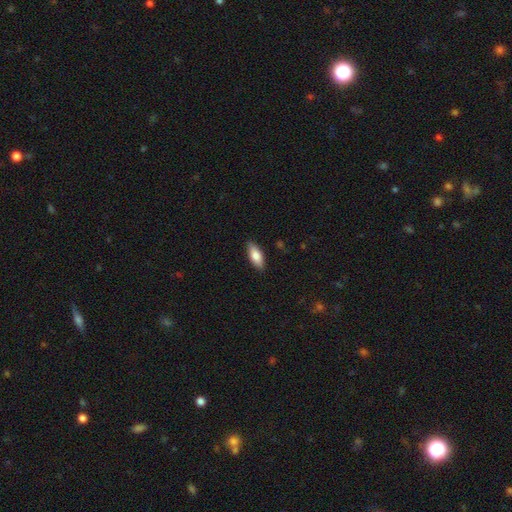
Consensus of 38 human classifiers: smooth 92%, featured or disk 5%, star or artifact 3%. Down the decision tree: how rounded — in between (69%); merging — none (86%).